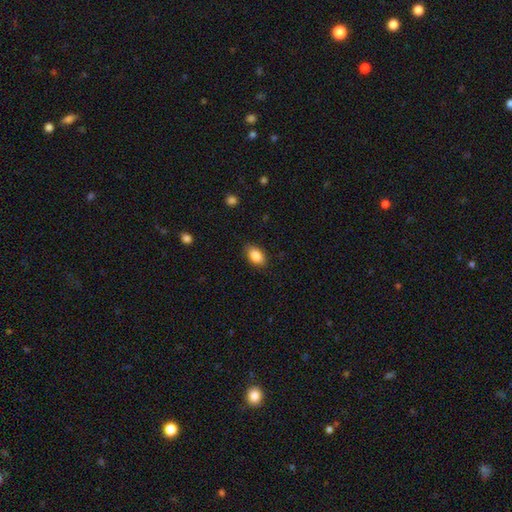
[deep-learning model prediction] A smooth galaxy with no disk features (88%) that is in between round and cigar-shaped (89%).

Vote fractions:
- Smooth or featured? smooth: 88% / star or artifact: 7% / featured or disk: 5%
- How rounded? in between: 89% / round: 9% / cigar-shaped: 2%
- Merging? none: 85% / minor disturbance: 12% / major disturbance: 3% / merger: 1%